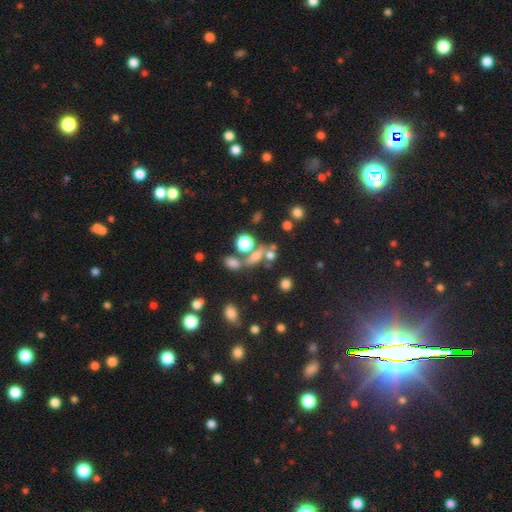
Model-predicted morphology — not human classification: Smooth or featured? smooth (48%)
Merging? none (49%)